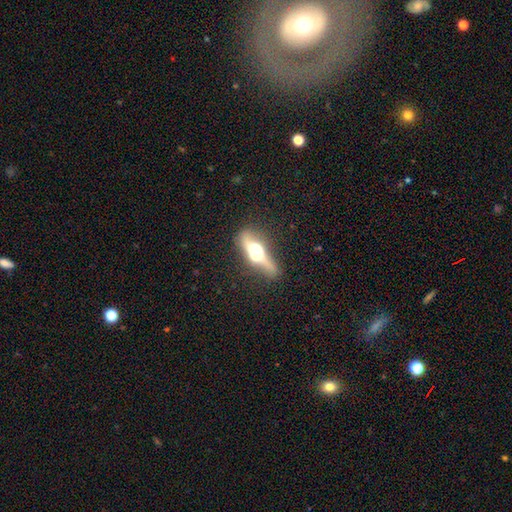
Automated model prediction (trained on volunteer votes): A featured or disk galaxy (55%) viewed edge-on (57%).

Vote fractions:
- Smooth or featured? featured or disk: 55% / smooth: 36% / star or artifact: 10%
- Edge-on disk? yes: 57% / no: 43%
- Merging? merger: 46% / none: 31% / minor disturbance: 12% / major disturbance: 11%